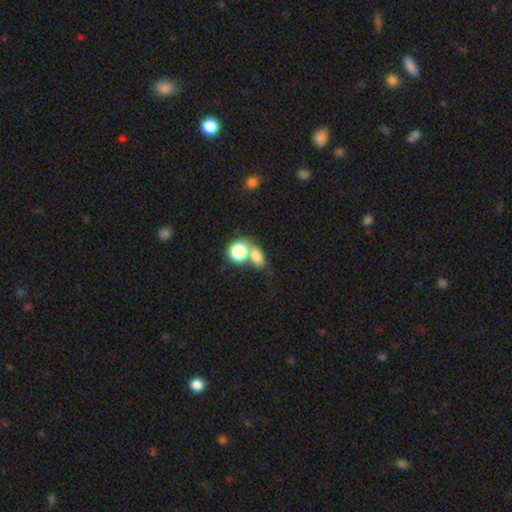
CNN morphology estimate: type=smooth (75%); roundness=in between (59%); merging=merger (51%).